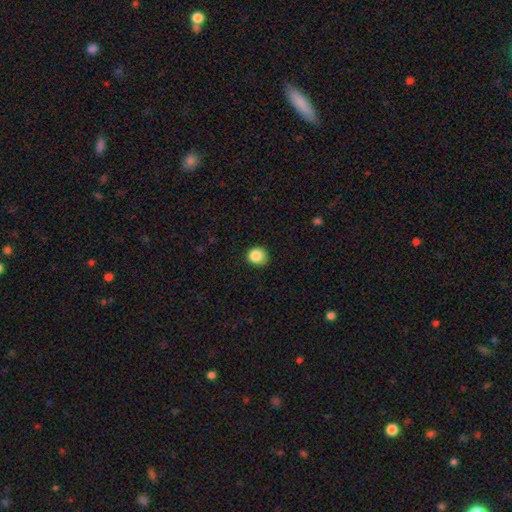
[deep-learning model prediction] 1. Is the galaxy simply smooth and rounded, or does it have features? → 86% smooth, 10% star or artifact, 4% featured or disk.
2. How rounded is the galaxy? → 86% round, 13% in between, 1% cigar-shaped.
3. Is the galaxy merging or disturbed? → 78% none, 18% minor disturbance, 3% major disturbance, 1% merger.